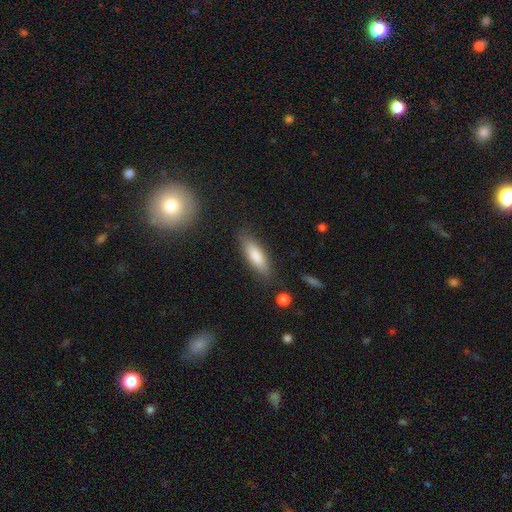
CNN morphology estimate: type=smooth (78%); roundness=cigar-shaped (52%); merging=none (84%).